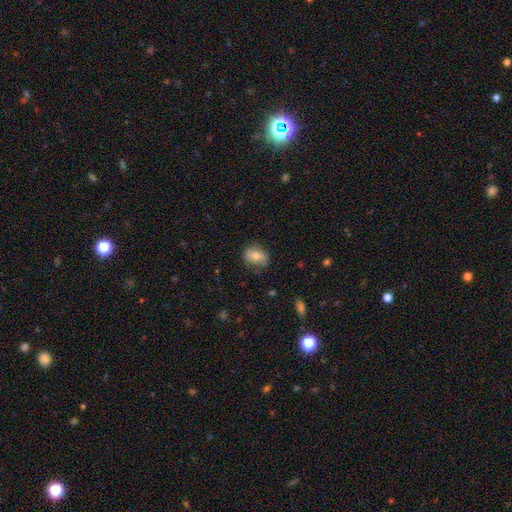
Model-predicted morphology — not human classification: Smooth or featured?
  - smooth: 63% *
  - featured or disk: 29%
  - star or artifact: 9%
How rounded?
  - in between: 51% *
  - round: 48%
  - cigar-shaped: 1%
Merging?
  - none: 72% *
  - minor disturbance: 21%
  - major disturbance: 5%
  - merger: 1%